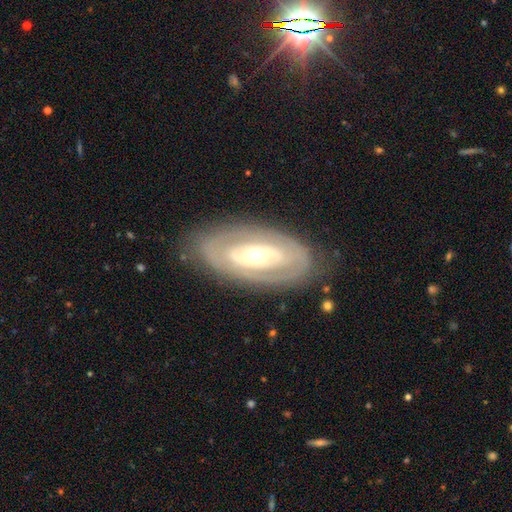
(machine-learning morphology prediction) smooth_or_featured: featured or disk (p=0.74) [alt: smooth p=0.21]
disk_edge_on: no (p=0.91) [alt: yes p=0.09]
bar: no (p=0.59) [alt: weak p=0.23]
has_spiral_arms: no (p=0.56) [alt: yes p=0.44]
bulge_size: moderate (p=0.57) [alt: small p=0.35]
merging: none (p=0.80) [alt: minor disturbance p=0.13]